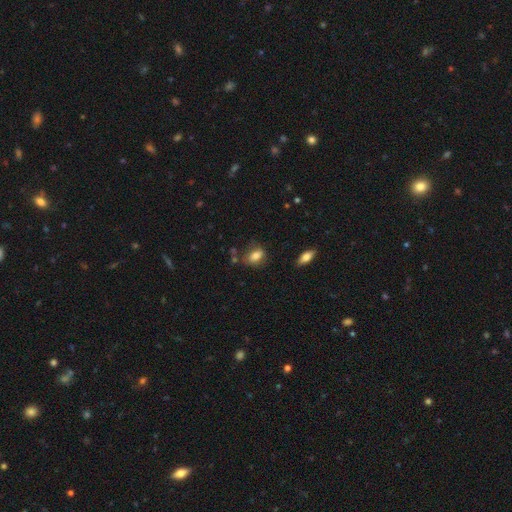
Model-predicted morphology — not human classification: type=smooth (78%); roundness=in between (82%); merging=none (64%).